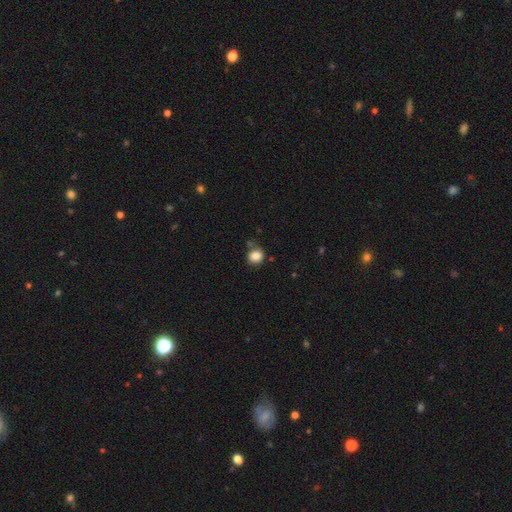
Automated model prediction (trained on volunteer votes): This appears to be a smooth galaxy with no disk features (85%) that is round (75%). Merging: none (69%).